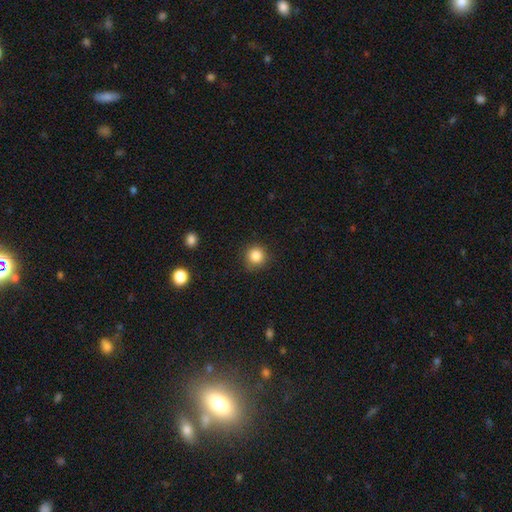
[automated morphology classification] The model was most divided on "smooth or featured": smooth: 85%, star or artifact: 11%, featured or disk: 4%. More confident: how rounded — round (93%); merging — none (88%).